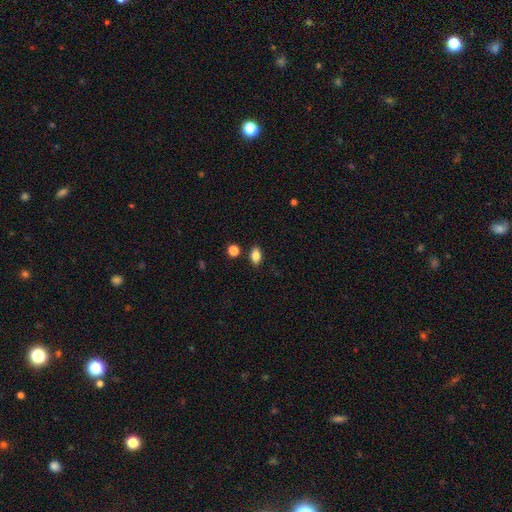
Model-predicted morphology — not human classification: Q: Smooth or featured?
A: smooth (83%); runner-up: star or artifact (10%)
Q: How rounded?
A: in between (83%); runner-up: round (14%)
Q: Merging?
A: none (84%); runner-up: minor disturbance (10%)